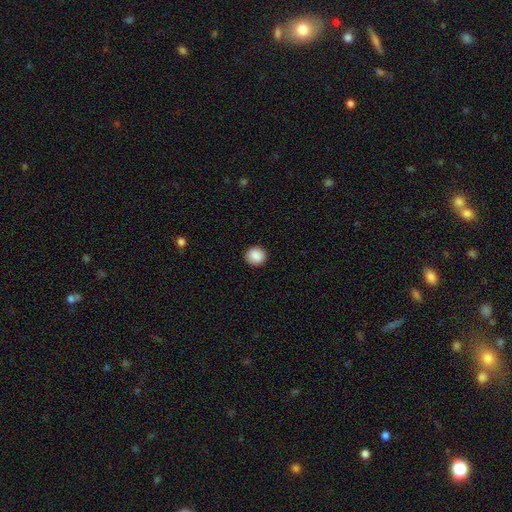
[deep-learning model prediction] Morphology: type=smooth (89%); roundness=round (93%); merging=none (92%).